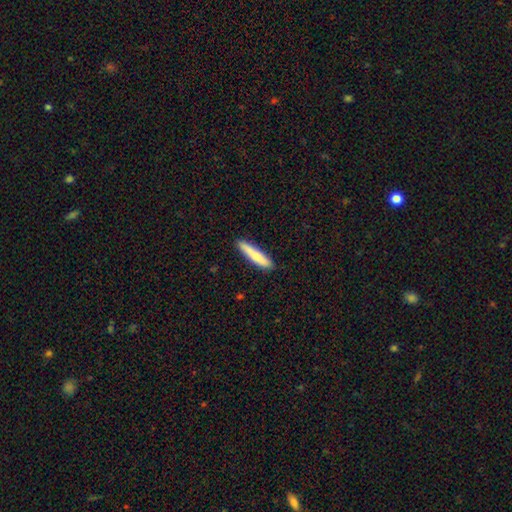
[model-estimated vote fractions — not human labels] Smooth or featured?
  - smooth: 73% *
  - featured or disk: 21%
  - star or artifact: 5%
How rounded?
  - cigar-shaped: 89% *
  - in between: 9%
  - round: 1%
Merging?
  - none: 88% *
  - minor disturbance: 9%
  - major disturbance: 2%
  - merger: 1%